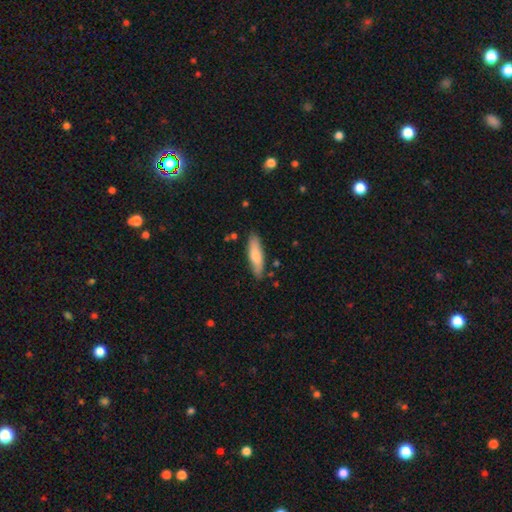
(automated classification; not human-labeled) smooth 73%, featured or disk 21%, star or artifact 5%. Down the decision tree: how rounded — cigar-shaped (59%); merging — none (84%).